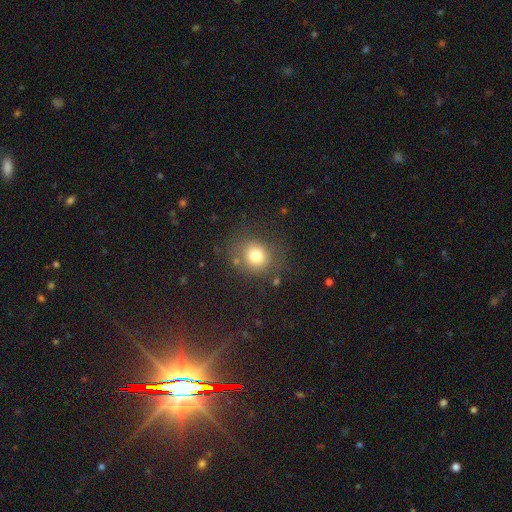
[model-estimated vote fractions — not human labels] Smooth or featured? smooth (77%)
How rounded? round (75%)
Merging? none (74%)